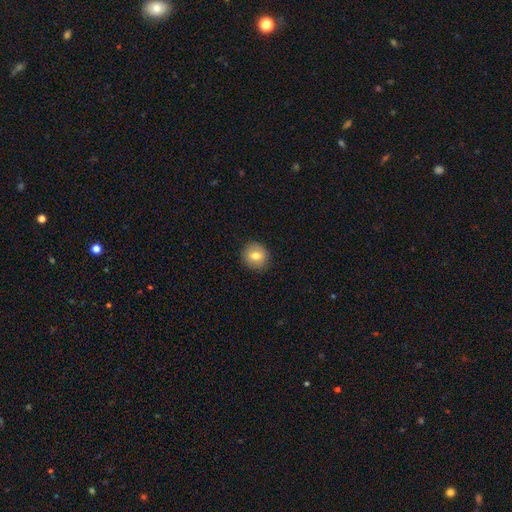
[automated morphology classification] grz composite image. It shows a smooth galaxy with no disk features (72%) that is round (84%). Merging: none (89%).